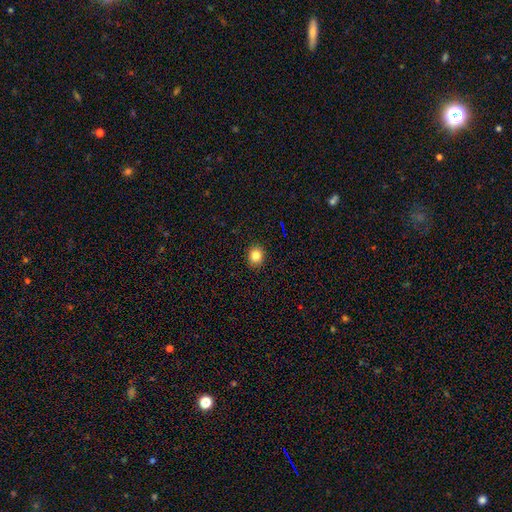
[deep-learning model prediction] A smooth galaxy with no disk features (83%) that is round (72%). Merging: none (91%).